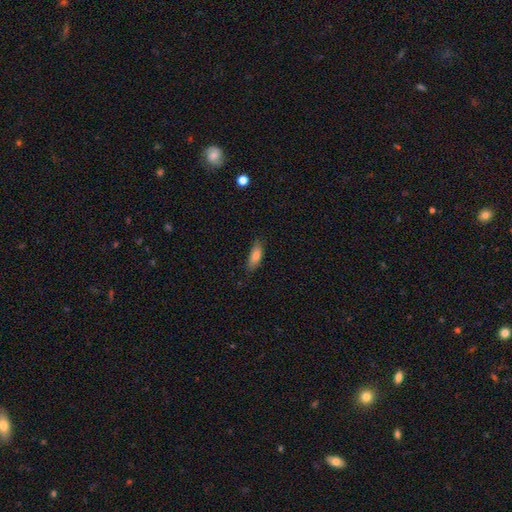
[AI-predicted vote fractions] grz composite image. It shows a smooth galaxy with no disk features (80%) that is in between round and cigar-shaped (66%). Merging: none (77%).